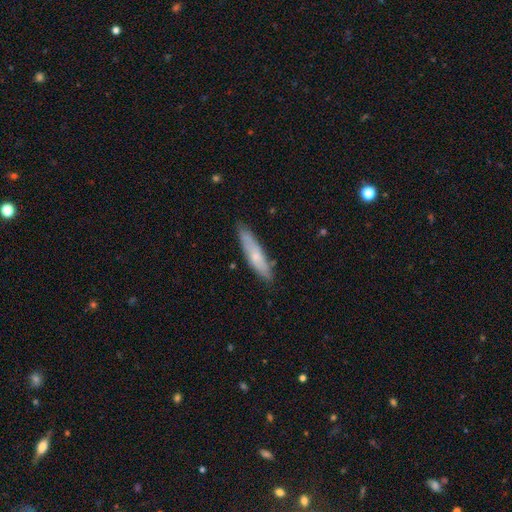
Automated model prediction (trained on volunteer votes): This appears to be a smooth galaxy with no disk features (58%) that is cigar-shaped (81%). Merging: none (81%).